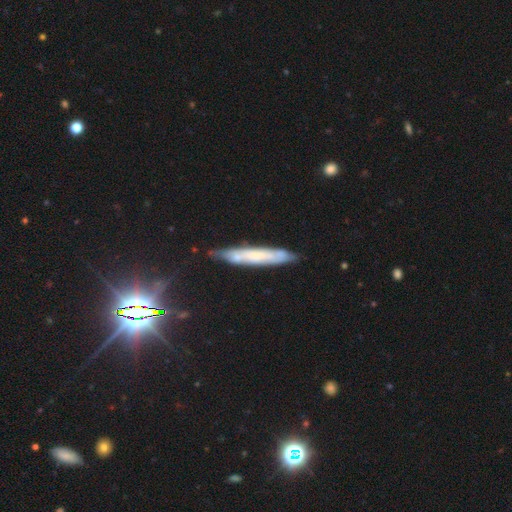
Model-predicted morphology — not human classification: A featured or disk galaxy (50%) viewed edge-on (69%).

Vote fractions:
- Smooth or featured? featured or disk: 50% / smooth: 40% / star or artifact: 10%
- Edge-on disk? yes: 69% / no: 31%
- Merging? none: 75% / minor disturbance: 18% / major disturbance: 4% / merger: 3%